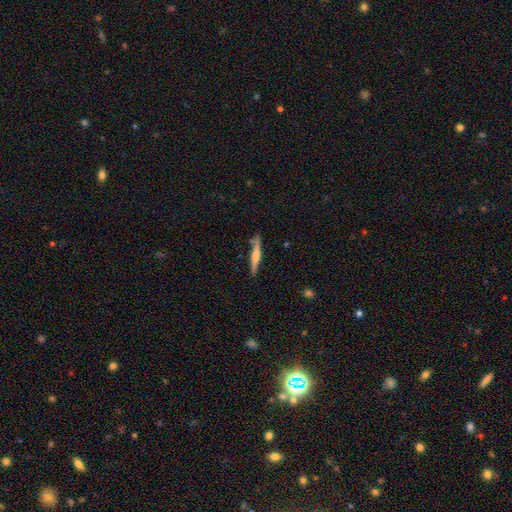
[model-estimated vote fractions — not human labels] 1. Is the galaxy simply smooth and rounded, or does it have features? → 51% featured or disk, 43% smooth, 6% star or artifact.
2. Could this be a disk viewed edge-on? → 97% yes, 3% no.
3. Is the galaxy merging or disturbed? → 81% none, 13% minor disturbance, 3% merger, 2% major disturbance.